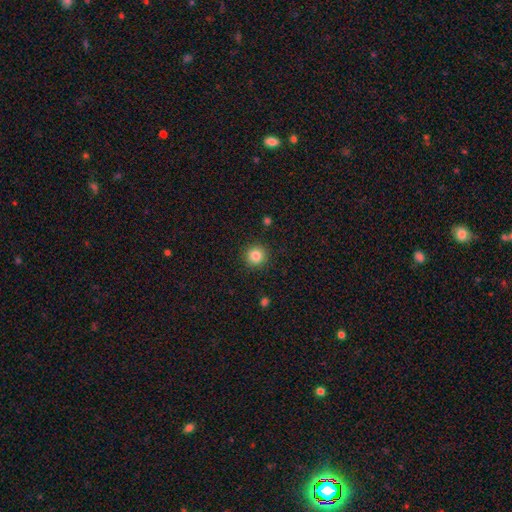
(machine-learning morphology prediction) A smooth galaxy with no disk features (85%) that is round (94%).

Vote fractions:
- Smooth or featured? smooth: 85% / star or artifact: 10% / featured or disk: 5%
- How rounded? round: 94% / in between: 5% / cigar-shaped: 1%
- Merging? none: 91% / minor disturbance: 6% / major disturbance: 2% / merger: 1%